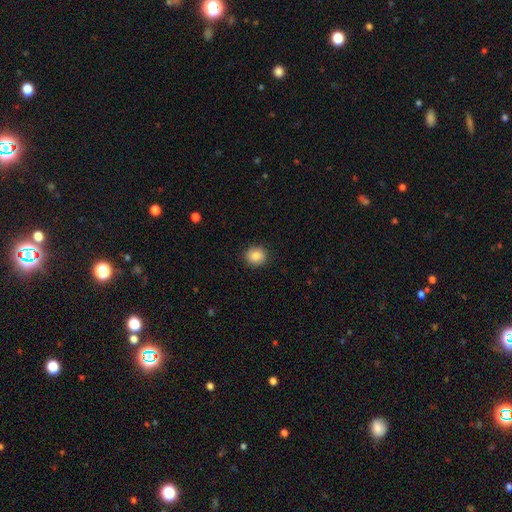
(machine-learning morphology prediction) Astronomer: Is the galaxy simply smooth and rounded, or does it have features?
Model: smooth — 84%.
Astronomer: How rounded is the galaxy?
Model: round — 85%.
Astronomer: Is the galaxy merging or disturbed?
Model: none — 89%.